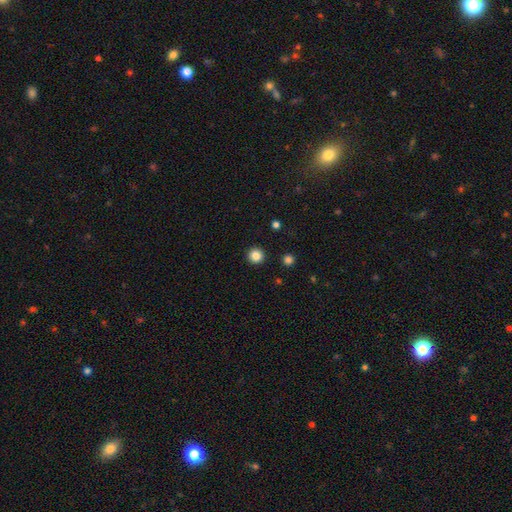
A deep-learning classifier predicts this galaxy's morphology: Overall: smooth (84%). How rounded: round (96%). Merging: none (94%).